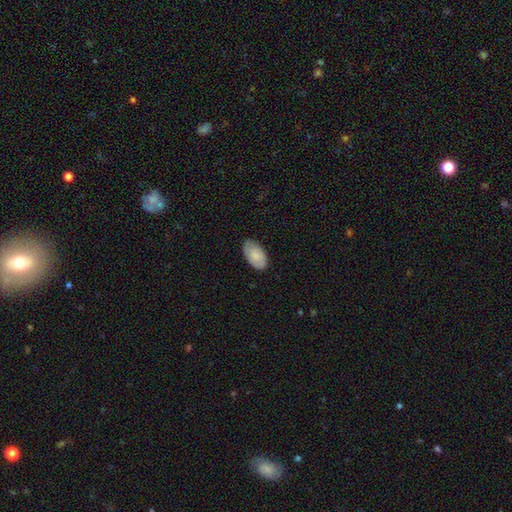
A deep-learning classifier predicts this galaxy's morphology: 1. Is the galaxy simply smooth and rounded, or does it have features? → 80% smooth, 14% featured or disk, 6% star or artifact.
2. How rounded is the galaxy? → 95% in between, 4% round, 2% cigar-shaped.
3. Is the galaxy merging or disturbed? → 77% none, 20% minor disturbance, 3% major disturbance, 1% merger.